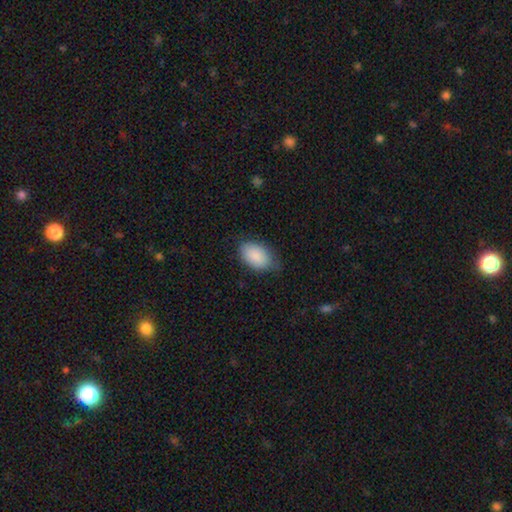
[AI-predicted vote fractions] A smooth galaxy with no disk features (89%) that is in between round and cigar-shaped (91%).

Vote fractions:
- Smooth or featured? smooth: 89% / star or artifact: 6% / featured or disk: 5%
- How rounded? in between: 91% / round: 7% / cigar-shaped: 1%
- Merging? none: 68% / minor disturbance: 26% / major disturbance: 5% / merger: 1%